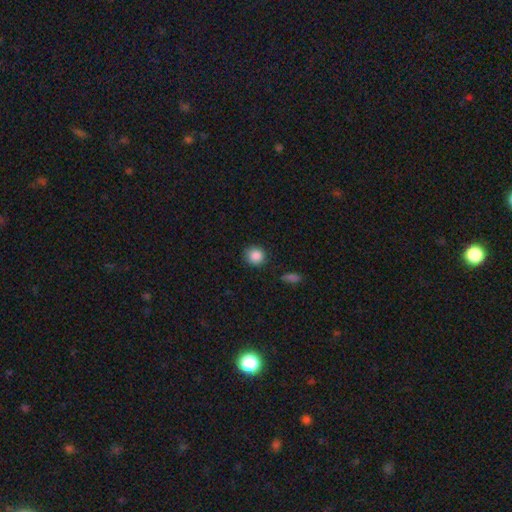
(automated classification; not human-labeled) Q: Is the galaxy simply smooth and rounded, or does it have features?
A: smooth — 87%.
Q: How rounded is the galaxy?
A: round — 87%.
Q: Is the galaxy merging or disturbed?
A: none — 85%.